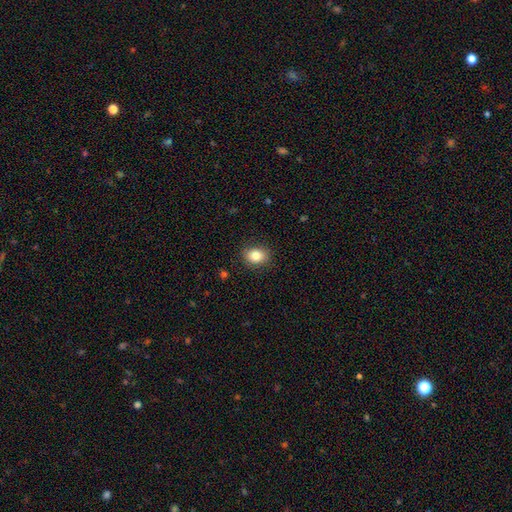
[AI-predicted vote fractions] Q: Smooth or featured?
A: smooth (83%); runner-up: star or artifact (9%)
Q: How rounded?
A: in between (56%); runner-up: round (43%)
Q: Merging?
A: none (87%); runner-up: minor disturbance (10%)